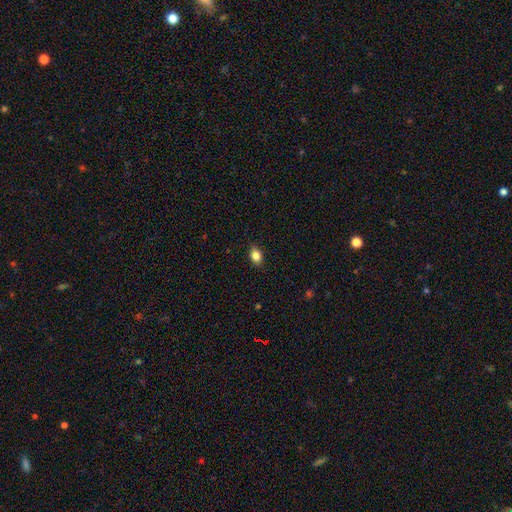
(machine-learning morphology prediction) smooth 84%, star or artifact 9%, featured or disk 7%. Down the decision tree: how rounded — in between (75%); merging — none (86%).